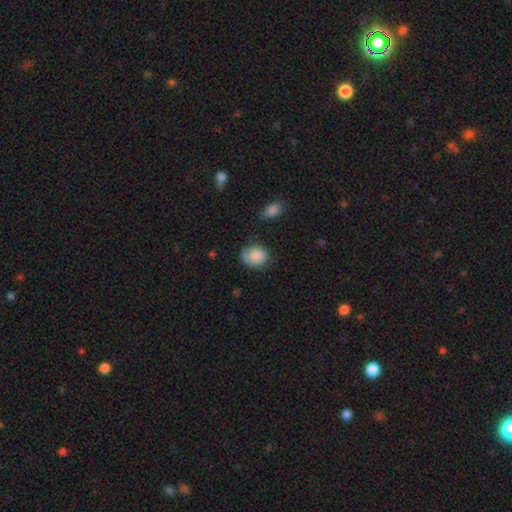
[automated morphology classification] A smooth galaxy with no disk features (83%) that is round (57%).

Vote fractions:
- Smooth or featured? smooth: 83% / featured or disk: 9% / star or artifact: 8%
- How rounded? round: 57% / in between: 42% / cigar-shaped: 1%
- Merging? none: 62% / minor disturbance: 28% / major disturbance: 7% / merger: 3%